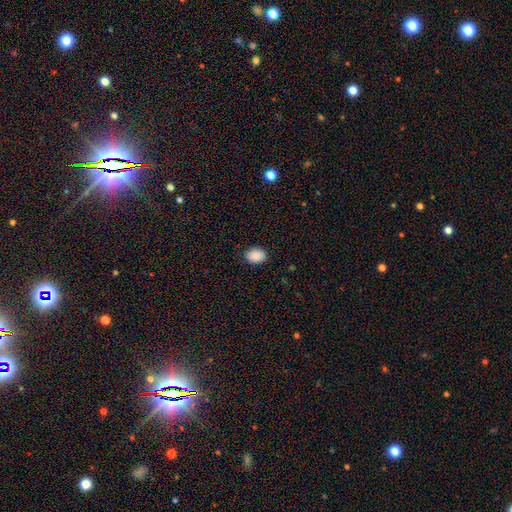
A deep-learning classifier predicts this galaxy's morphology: Smooth or featured? smooth (90%)
How rounded? in between (73%)
Merging? none (89%)